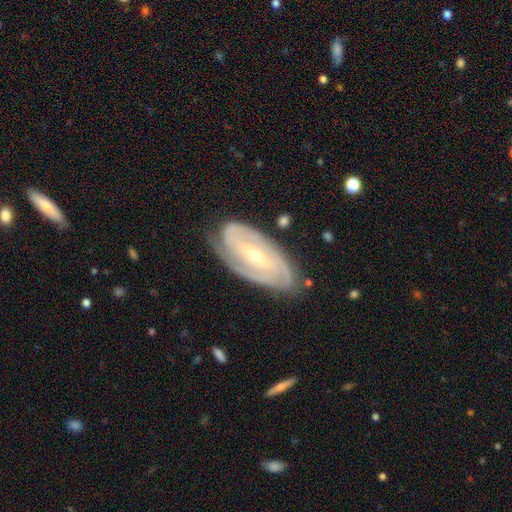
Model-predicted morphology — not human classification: Q: Smooth or featured?
A: featured or disk (87%); runner-up: smooth (8%)
Q: Edge-on disk?
A: no (94%); runner-up: yes (6%)
Q: Bar?
A: weak (37%); runner-up: strong (33%)
Q: Spiral arms?
A: yes (96%); runner-up: no (4%)
Q: Spiral winding?
A: tight (68%); runner-up: medium (27%)
Q: Spiral arm count?
A: 2 (39%); runner-up: 3 (23%)
Q: Bulge size?
A: small (66%); runner-up: moderate (31%)
Q: Merging?
A: none (77%); runner-up: minor disturbance (17%)